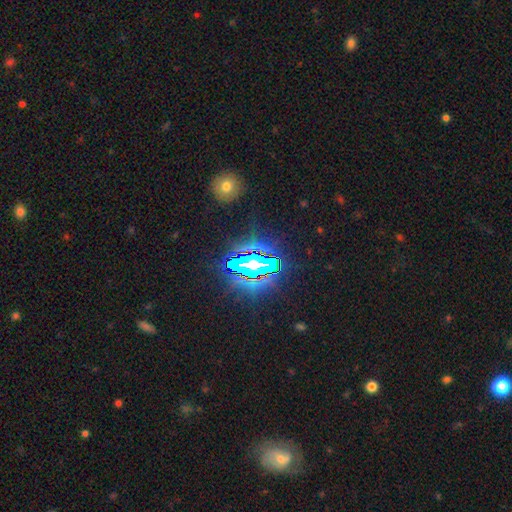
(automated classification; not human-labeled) This is likely a star or artifact rather than a galaxy (78%).